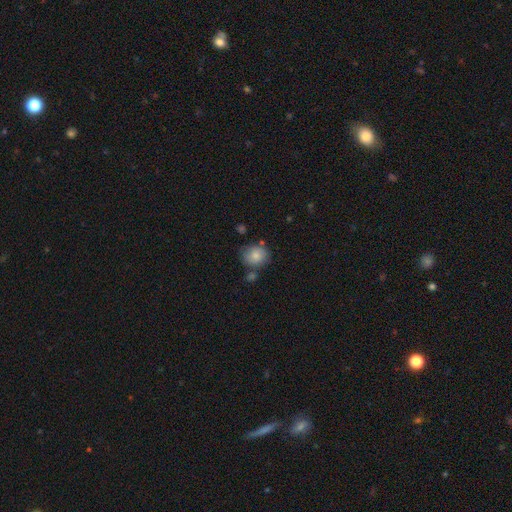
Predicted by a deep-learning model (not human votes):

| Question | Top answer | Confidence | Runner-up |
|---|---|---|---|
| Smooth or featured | smooth | 79% | featured or disk (13%) |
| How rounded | round | 69% | in between (30%) |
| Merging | none | 65% | minor disturbance (19%) |